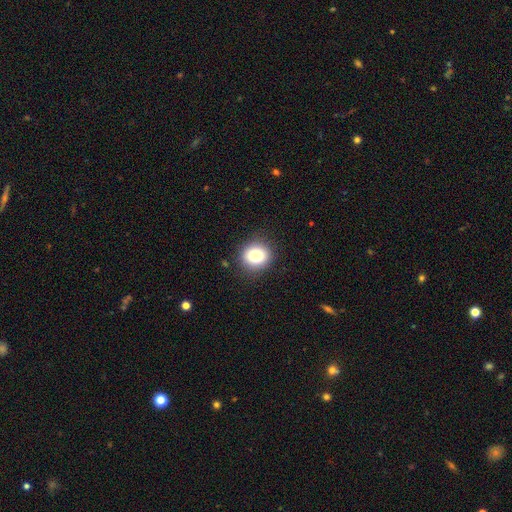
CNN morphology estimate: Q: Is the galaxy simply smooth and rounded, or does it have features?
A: smooth — 82%.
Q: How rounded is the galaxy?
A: round — 81%.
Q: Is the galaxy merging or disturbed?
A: none — 88%.